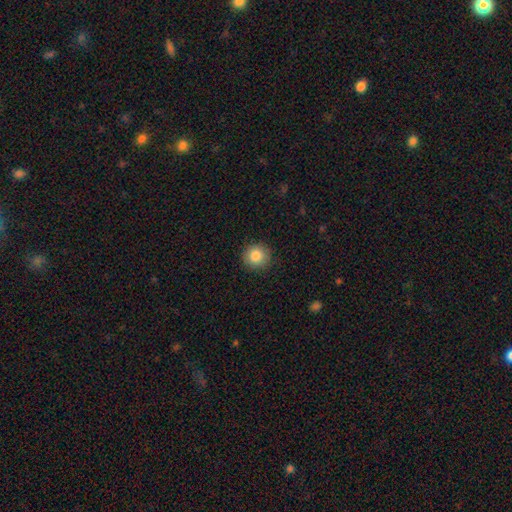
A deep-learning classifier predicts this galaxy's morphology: Smooth or featured?
  - smooth: 85% *
  - star or artifact: 10%
  - featured or disk: 5%
How rounded?
  - round: 93% *
  - in between: 6%
  - cigar-shaped: 1%
Merging?
  - none: 90% *
  - minor disturbance: 7%
  - major disturbance: 2%
  - merger: 1%